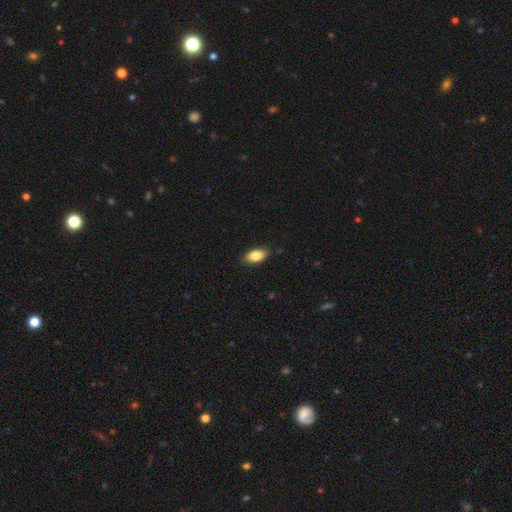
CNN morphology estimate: A smooth galaxy with no disk features (86%) that is in between round and cigar-shaped (92%). Merging: none (85%).